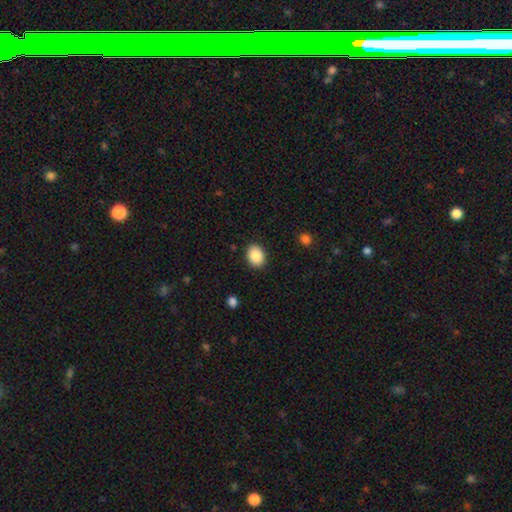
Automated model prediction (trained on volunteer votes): Smooth or featured?
  - smooth: 89% *
  - star or artifact: 8%
  - featured or disk: 3%
How rounded?
  - in between: 62% *
  - round: 37%
  - cigar-shaped: 1%
Merging?
  - none: 89% *
  - minor disturbance: 8%
  - major disturbance: 2%
  - merger: 1%